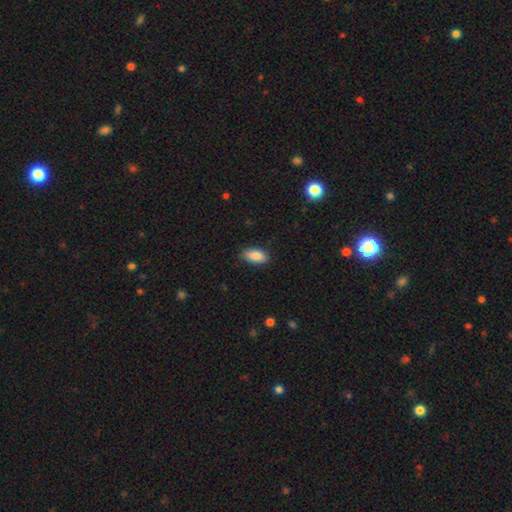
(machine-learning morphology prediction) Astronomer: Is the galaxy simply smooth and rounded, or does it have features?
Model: smooth — 87%.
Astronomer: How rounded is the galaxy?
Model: in between — 91%.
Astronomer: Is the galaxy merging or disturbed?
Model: none — 83%.